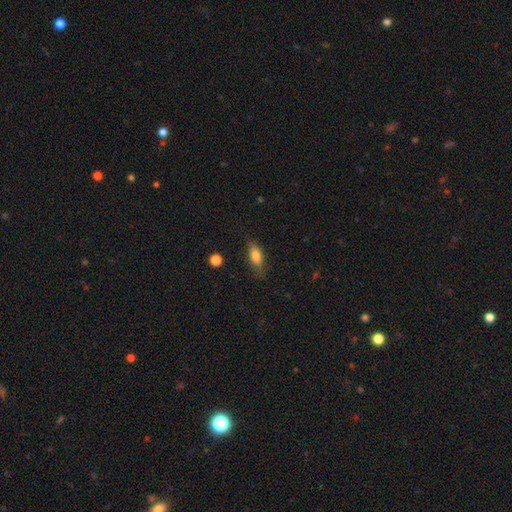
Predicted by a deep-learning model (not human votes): smooth-or-featured: smooth: 78% | featured or disk: 14% | star or artifact: 8%
  how-rounded: in between: 78% | cigar-shaped: 18% | round: 4%
  merging: none: 73% | minor disturbance: 20% | major disturbance: 5% | merger: 2%